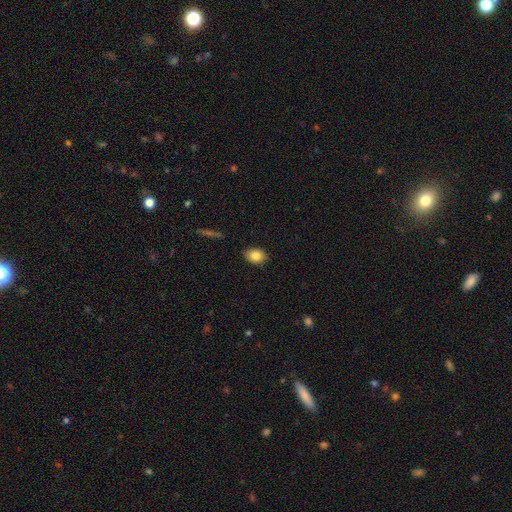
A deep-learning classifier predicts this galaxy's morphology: The model was most divided on "how rounded": in between: 75%, round: 24%, cigar-shaped: 1%. More confident: merging — none (88%); smooth or featured — smooth (83%).